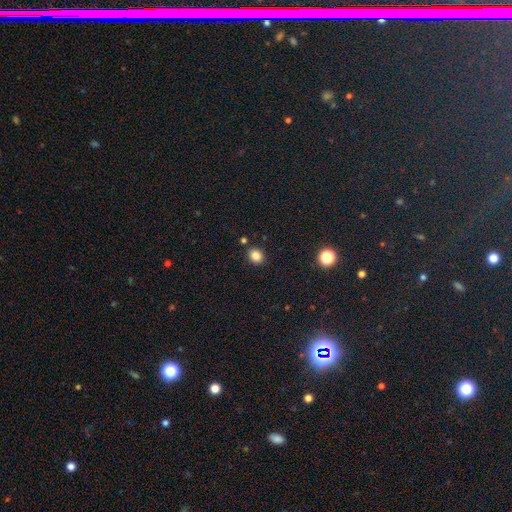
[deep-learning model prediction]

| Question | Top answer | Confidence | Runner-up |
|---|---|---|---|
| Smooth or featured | smooth | 83% | star or artifact (12%) |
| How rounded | round | 66% | in between (33%) |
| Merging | none | 85% | minor disturbance (8%) |